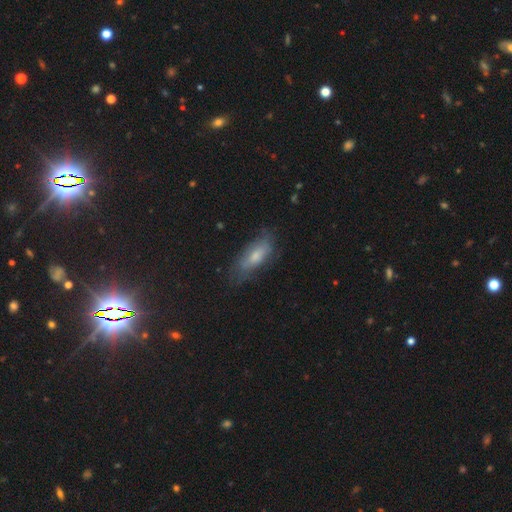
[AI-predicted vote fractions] smooth_or_featured: smooth (p=0.59) [alt: featured or disk p=0.33]
how_rounded: in between (p=0.74) [alt: cigar-shaped p=0.24]
merging: none (p=0.58) [alt: minor disturbance p=0.28]